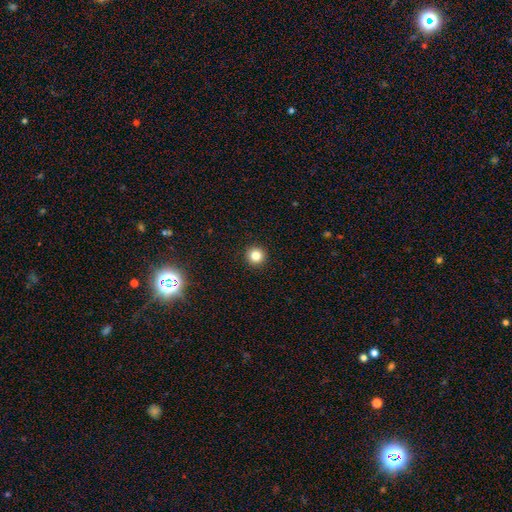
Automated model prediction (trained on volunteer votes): Morphology: type=smooth (83%); roundness=round (96%); merging=none (94%).